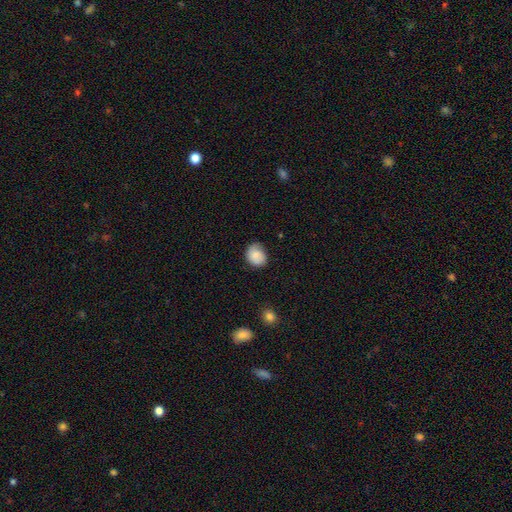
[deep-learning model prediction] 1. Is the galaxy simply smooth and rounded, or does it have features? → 81% smooth, 11% featured or disk, 8% star or artifact.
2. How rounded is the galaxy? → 64% round, 35% in between, 1% cigar-shaped.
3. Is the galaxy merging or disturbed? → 66% none, 27% minor disturbance, 6% major disturbance, 1% merger.